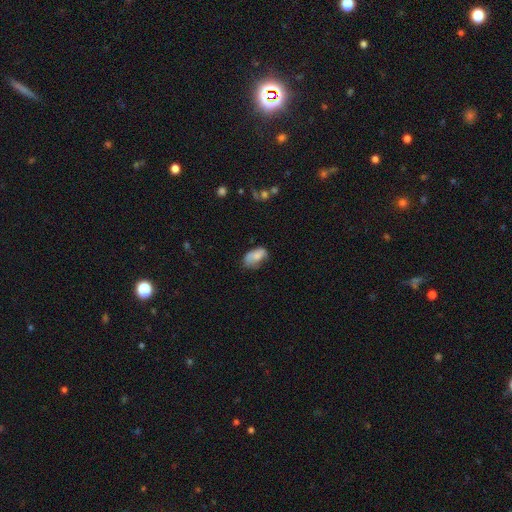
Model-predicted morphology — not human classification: This appears to be a smooth galaxy with no disk features (75%) that is in between round and cigar-shaped (92%). Merging: none (45%).